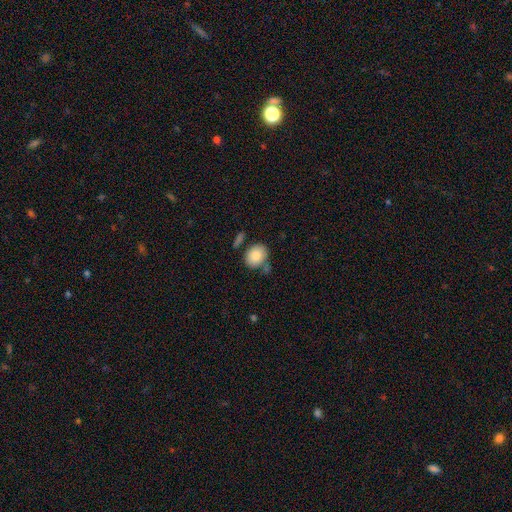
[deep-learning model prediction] This appears to be a smooth galaxy with no disk features (84%) that is round (55%). Merging: none (69%).